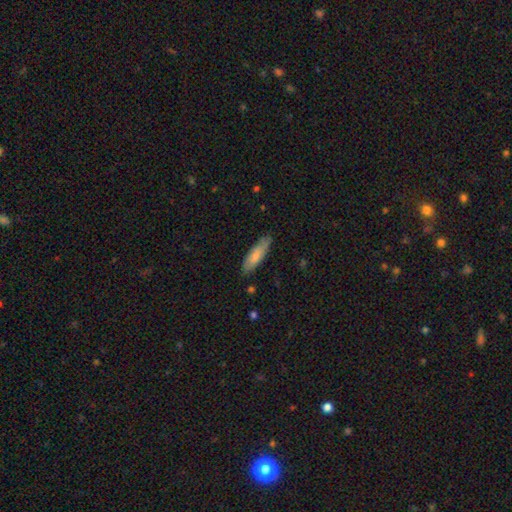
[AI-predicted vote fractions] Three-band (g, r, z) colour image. It shows a smooth galaxy with no disk features (76%) that is cigar-shaped (56%). Merging: none (81%).